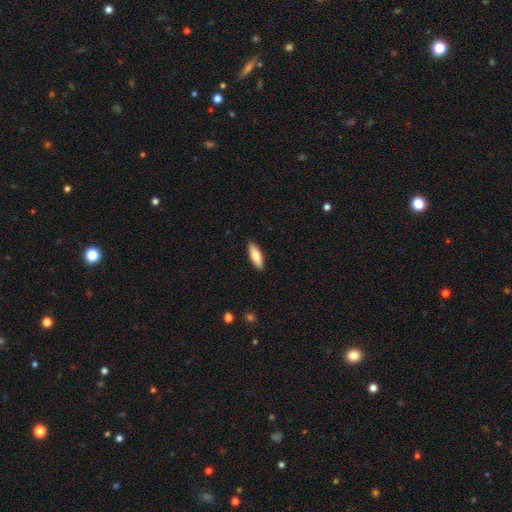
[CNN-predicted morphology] Overall: smooth (74%). How rounded: in between (56%; cigar-shaped 42%). Merging: none (90%).